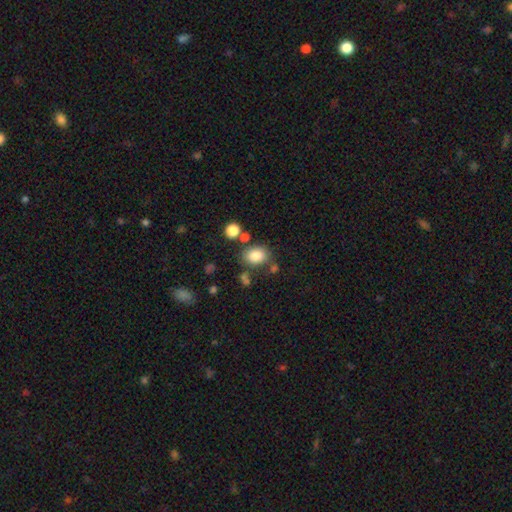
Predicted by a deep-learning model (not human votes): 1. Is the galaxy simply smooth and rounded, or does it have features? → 83% smooth, 10% star or artifact, 7% featured or disk.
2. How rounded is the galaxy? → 64% in between, 35% round, 1% cigar-shaped.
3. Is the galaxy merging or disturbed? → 71% none, 14% minor disturbance, 10% merger, 5% major disturbance.